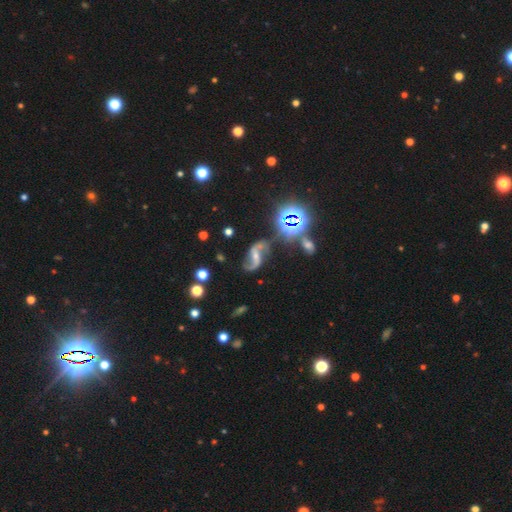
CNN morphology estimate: Overall: featured or disk (84%). Edge-on disk: no (97%). Bar: weak (37%; no 32%). Spiral arms: yes (96%). Spiral arm count: 2 (93%). Spiral winding: loose (78%). Bulge size: small (56%; moderate 33%). Merging: none (68%).